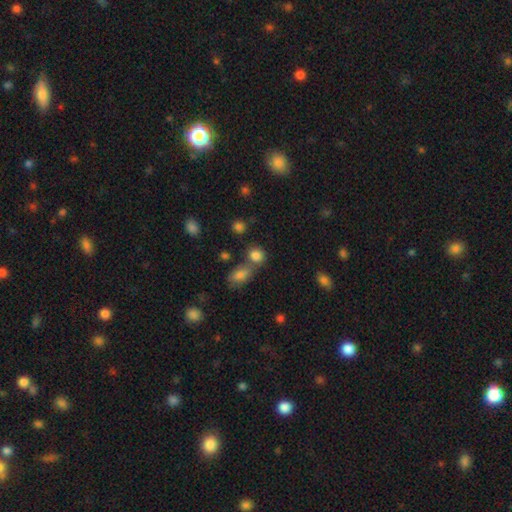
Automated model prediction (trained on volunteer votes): Smooth or featured: smooth — 82% (star or artifact — 12%)
How rounded: round — 61% (in between — 38%)
Merging: none — 55% (merger — 30%)